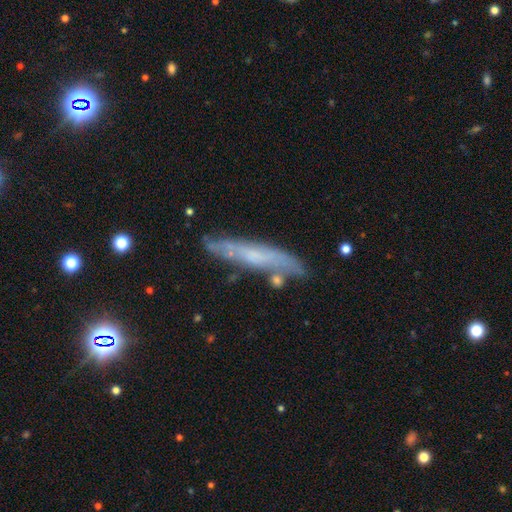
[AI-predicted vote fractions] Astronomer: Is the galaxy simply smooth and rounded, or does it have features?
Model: featured or disk — 59%.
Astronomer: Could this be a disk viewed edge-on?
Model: yes — 64%.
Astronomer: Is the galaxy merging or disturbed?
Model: none — 71%.